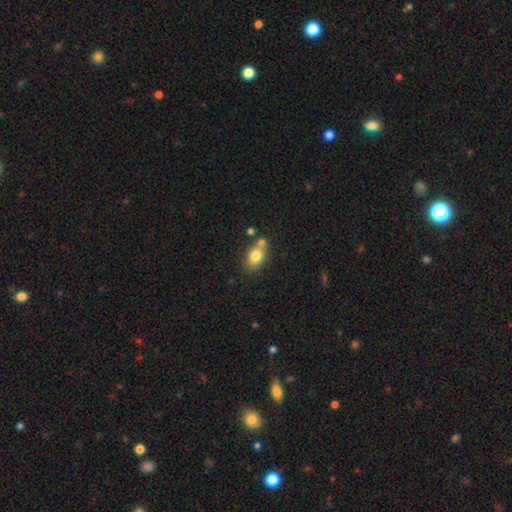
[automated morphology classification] A smooth galaxy with no disk features (78%) that is in between round and cigar-shaped (73%). Merging: none (56%).